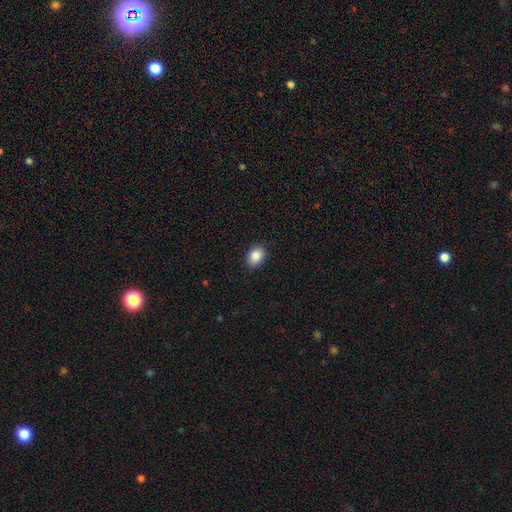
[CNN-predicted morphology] smooth-or-featured: smooth: 87% | star or artifact: 8% | featured or disk: 5%
  how-rounded: in between: 74% | round: 25% | cigar-shaped: 1%
  merging: none: 89% | minor disturbance: 8% | major disturbance: 2% | merger: 1%